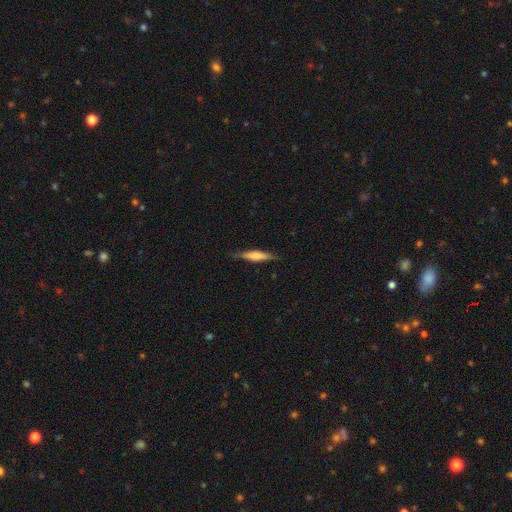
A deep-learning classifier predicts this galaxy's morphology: Smooth or featured?
  - smooth: 52% *
  - featured or disk: 42%
  - star or artifact: 6%
How rounded?
  - cigar-shaped: 85% *
  - in between: 13%
  - round: 2%
Merging?
  - none: 85% *
  - minor disturbance: 12%
  - major disturbance: 2%
  - merger: 1%